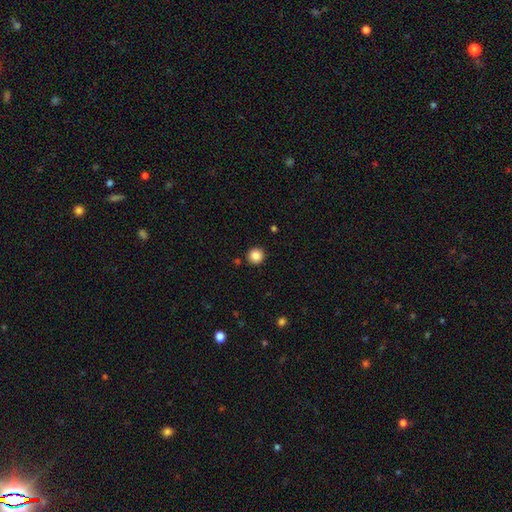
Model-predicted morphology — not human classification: smooth_or_featured: smooth (p=0.86) [alt: star or artifact p=0.10]
how_rounded: round (p=0.95) [alt: in between p=0.04]
merging: none (p=0.91) [alt: minor disturbance p=0.05]